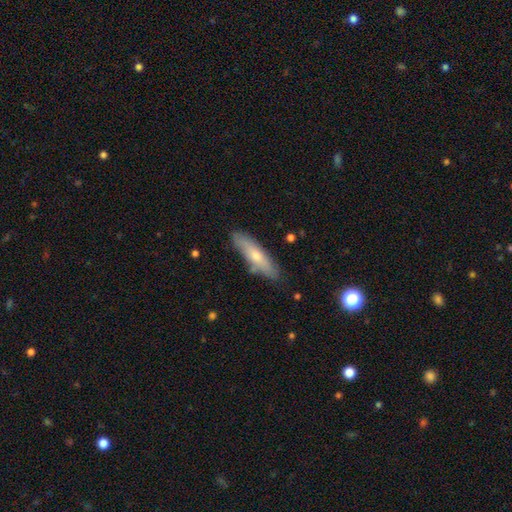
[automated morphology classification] smooth-or-featured: smooth: 58% | featured or disk: 36% | star or artifact: 7%
  how-rounded: cigar-shaped: 72% | in between: 26% | round: 2%
  merging: none: 83% | minor disturbance: 13% | merger: 2% | major disturbance: 2%